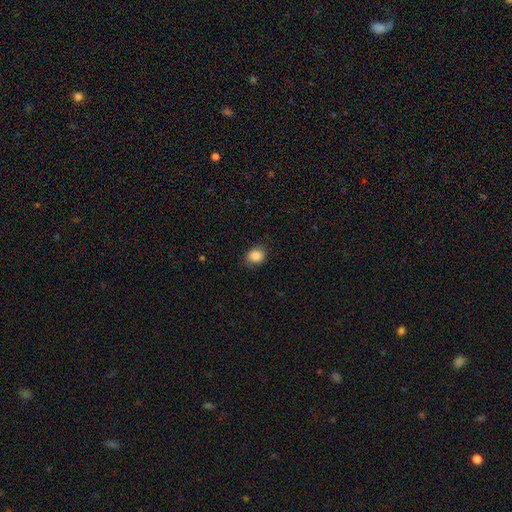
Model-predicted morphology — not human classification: This appears to be a smooth galaxy with no disk features (86%) that is round (52%). Merging: none (80%).